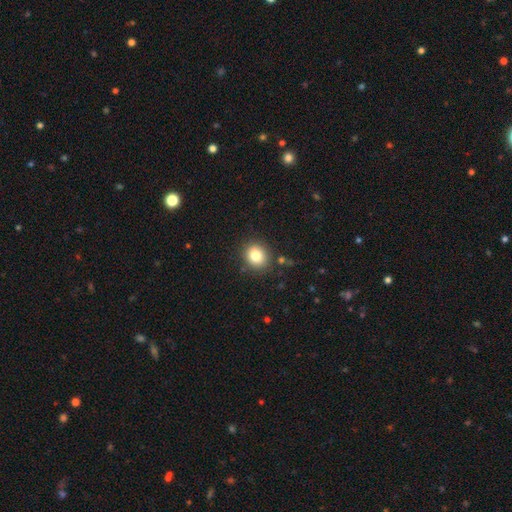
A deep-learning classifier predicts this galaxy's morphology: A smooth galaxy with no disk features (81%) that is round (78%).

Vote fractions:
- Smooth or featured? smooth: 81% / star or artifact: 11% / featured or disk: 8%
- How rounded? round: 78% / in between: 21% / cigar-shaped: 1%
- Merging? none: 87% / minor disturbance: 8% / major disturbance: 3% / merger: 2%